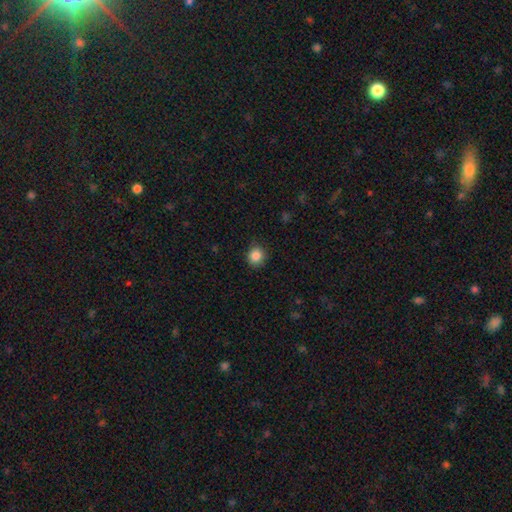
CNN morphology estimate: Smooth or featured: smooth — 86% (star or artifact — 10%)
How rounded: round — 83% (in between — 16%)
Merging: none — 86% (minor disturbance — 11%)